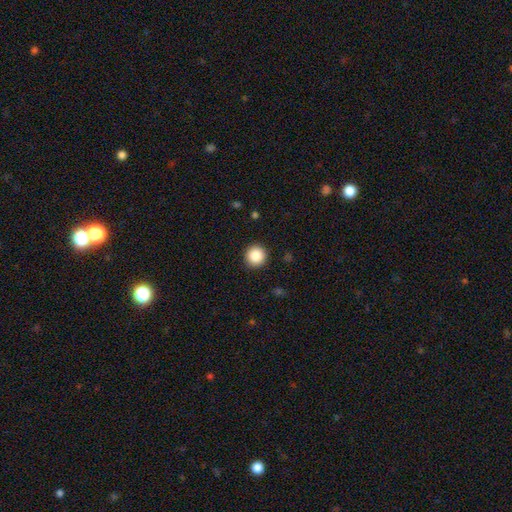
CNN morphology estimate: smooth_or_featured: smooth (p=0.86) [alt: star or artifact p=0.09]
how_rounded: round (p=0.95) [alt: in between p=0.04]
merging: none (p=0.92) [alt: minor disturbance p=0.05]